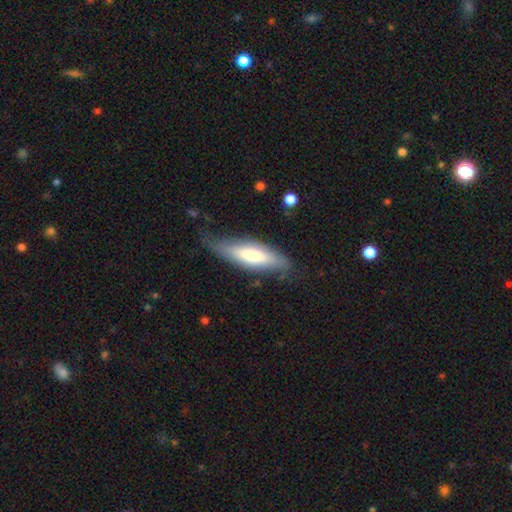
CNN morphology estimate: Smooth or featured: smooth — 58% (featured or disk — 37%)
How rounded: cigar-shaped — 55% (in between — 44%)
Merging: none — 62% (minor disturbance — 26%)